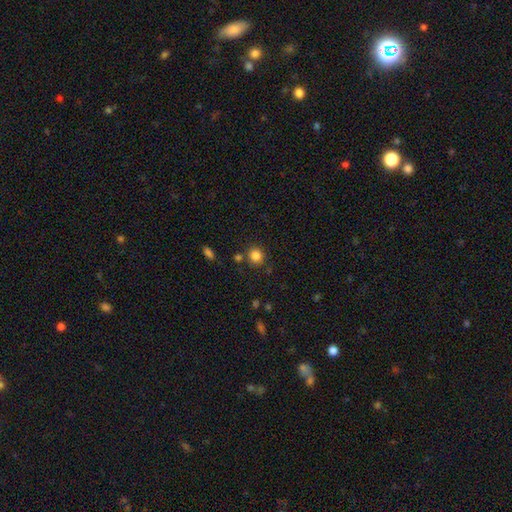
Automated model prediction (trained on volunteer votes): Smooth or featured: smooth — 84% (star or artifact — 11%)
How rounded: round — 87% (in between — 12%)
Merging: none — 82% (minor disturbance — 9%)